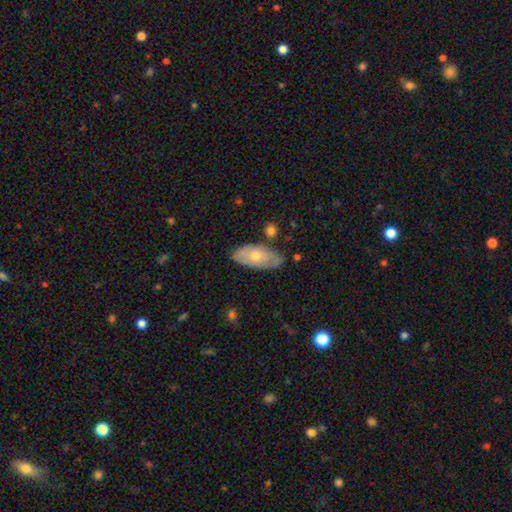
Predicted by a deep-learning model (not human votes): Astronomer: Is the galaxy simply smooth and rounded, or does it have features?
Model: smooth — 53% (runner-up: featured or disk, 41%).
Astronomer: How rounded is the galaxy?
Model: in between — 88%.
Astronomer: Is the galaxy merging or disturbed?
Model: none — 73%.